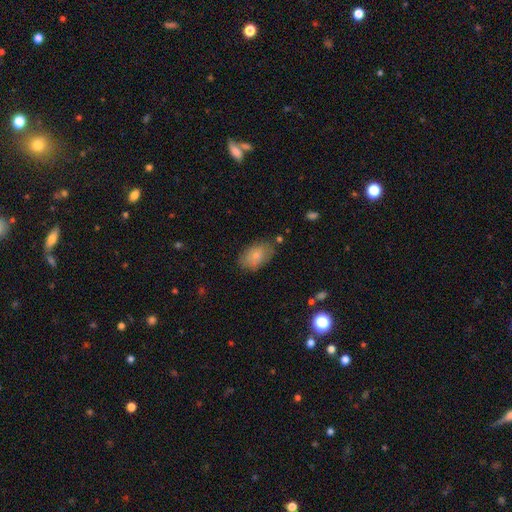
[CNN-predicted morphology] A smooth galaxy with no disk features (82%) that is in between round and cigar-shaped (92%).

Vote fractions:
- Smooth or featured? smooth: 82% / featured or disk: 11% / star or artifact: 7%
- How rounded? in between: 92% / round: 7% / cigar-shaped: 1%
- Merging? none: 74% / minor disturbance: 18% / major disturbance: 5% / merger: 3%